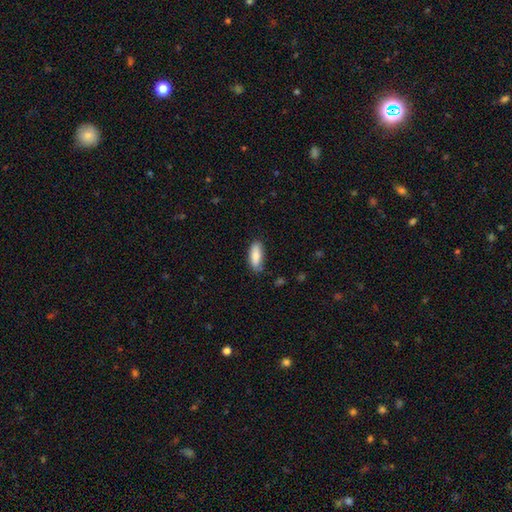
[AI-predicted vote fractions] Smooth or featured: smooth — 84% (featured or disk — 10%)
How rounded: in between — 73% (cigar-shaped — 25%)
Merging: none — 79% (minor disturbance — 17%)